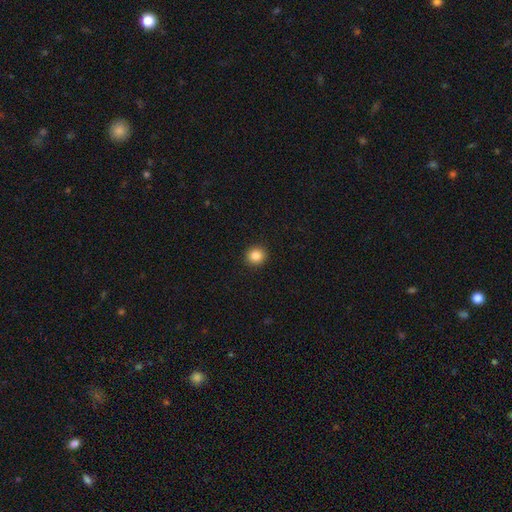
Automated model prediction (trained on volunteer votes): Smooth or featured: smooth — 86% (star or artifact — 10%)
How rounded: round — 90% (in between — 9%)
Merging: none — 93% (minor disturbance — 5%)